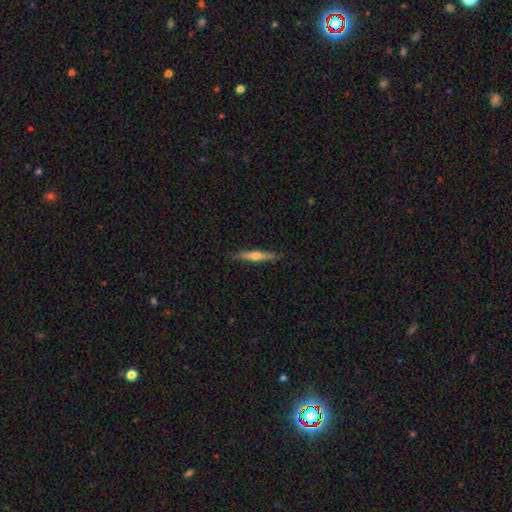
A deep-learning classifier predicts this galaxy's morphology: The model was most divided on "smooth or featured": featured or disk: 48%, smooth: 46%, star or artifact: 6%. More confident: merging — none (87%).